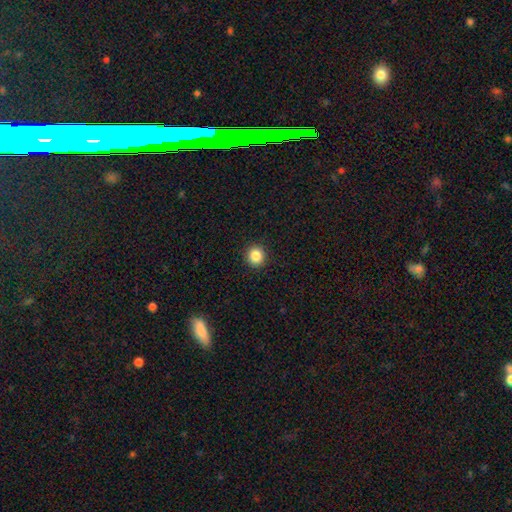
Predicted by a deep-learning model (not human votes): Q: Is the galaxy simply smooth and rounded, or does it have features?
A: smooth — 86%.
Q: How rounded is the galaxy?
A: round — 91%.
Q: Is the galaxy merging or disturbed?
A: none — 92%.